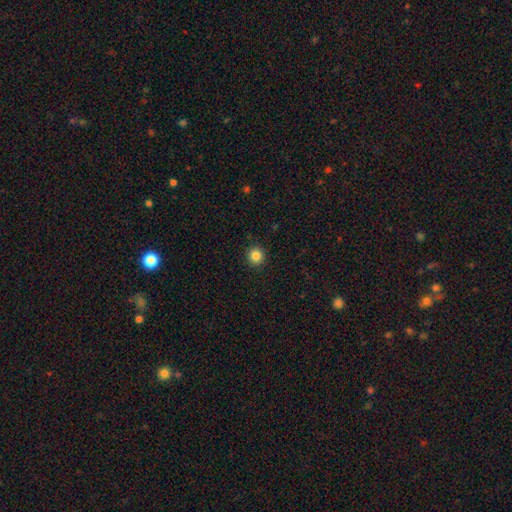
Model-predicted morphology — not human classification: The model was most divided on "smooth or featured": smooth: 85%, star or artifact: 11%, featured or disk: 4%. More confident: how rounded — round (93%); merging — none (92%).